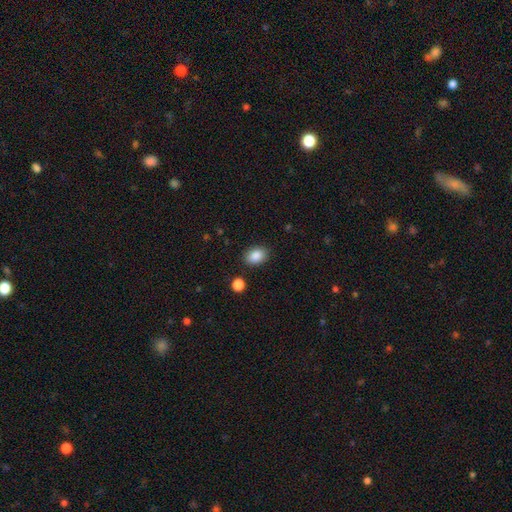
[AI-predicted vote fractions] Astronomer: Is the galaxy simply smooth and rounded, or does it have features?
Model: smooth — 87%.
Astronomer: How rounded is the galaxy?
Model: in between — 77%.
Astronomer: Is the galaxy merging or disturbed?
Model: none — 85%.